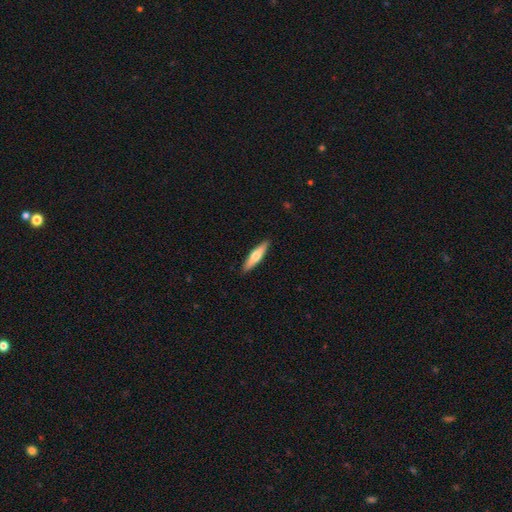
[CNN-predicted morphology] A smooth galaxy with no disk features (56%) that is cigar-shaped (81%). Merging: none (90%).